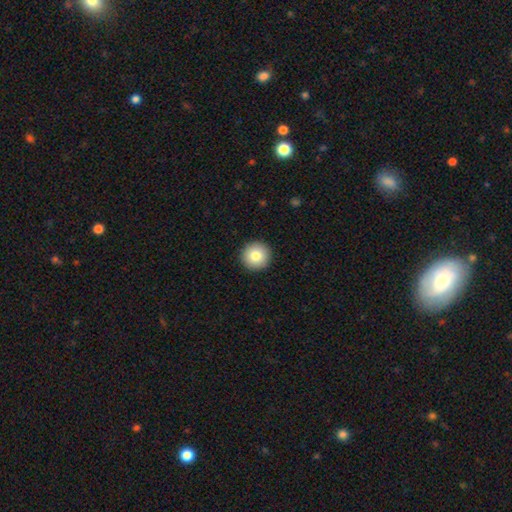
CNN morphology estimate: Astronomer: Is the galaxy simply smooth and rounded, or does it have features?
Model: smooth — 82%.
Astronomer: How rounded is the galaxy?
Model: round — 96%.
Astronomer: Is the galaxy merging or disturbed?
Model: none — 93%.